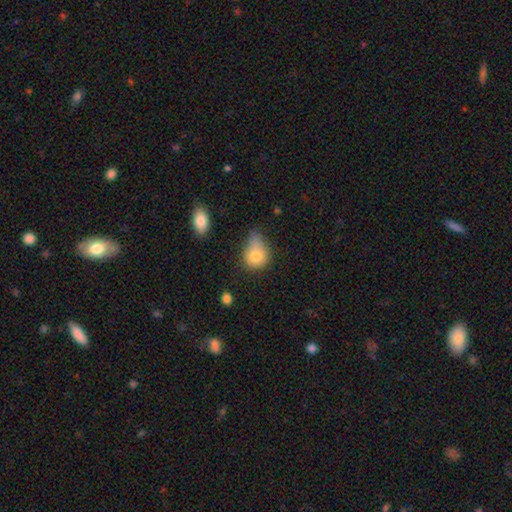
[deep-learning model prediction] Smooth or featured?
  - smooth: 78% *
  - featured or disk: 12%
  - star or artifact: 10%
How rounded?
  - round: 54% *
  - in between: 45%
  - cigar-shaped: 1%
Merging?
  - minor disturbance: 38% *
  - none: 27%
  - major disturbance: 24%
  - merger: 11%